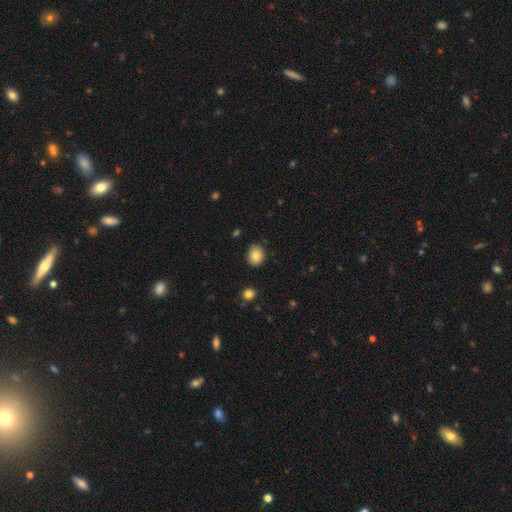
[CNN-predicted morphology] The model was most divided on "how rounded": round: 51%, in between: 49%, cigar-shaped: 1%. More confident: merging — none (87%); smooth or featured — smooth (84%).